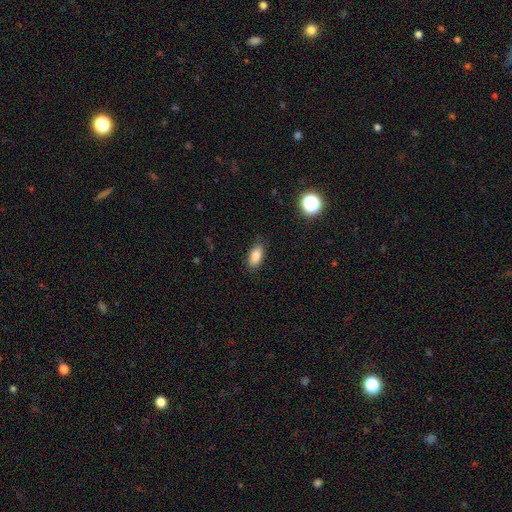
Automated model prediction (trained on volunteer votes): Smooth or featured: smooth — 86% (star or artifact — 8%)
How rounded: in between — 88% (cigar-shaped — 9%)
Merging: none — 83% (minor disturbance — 13%)